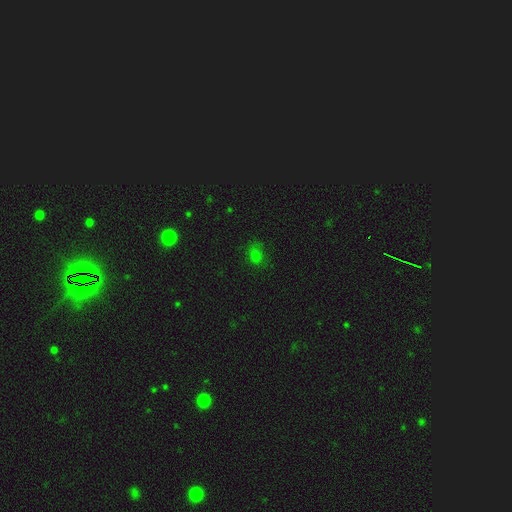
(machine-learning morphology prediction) smooth-or-featured: smooth: 70% | star or artifact: 23% | featured or disk: 7%
  how-rounded: in between: 50% | round: 48% | cigar-shaped: 2%
  merging: none: 67% | minor disturbance: 22% | major disturbance: 9% | merger: 2%